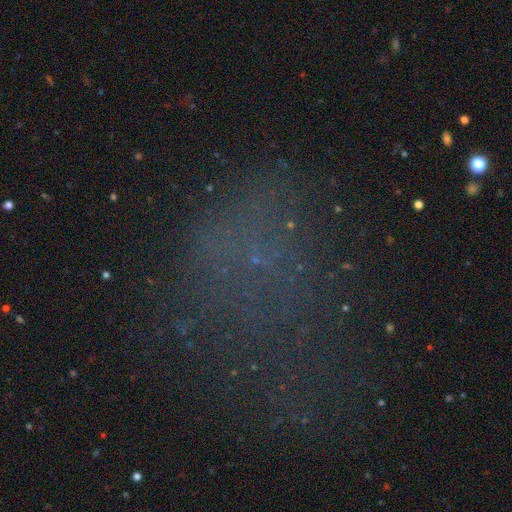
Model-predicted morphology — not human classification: star or artifact 50%, smooth 27%, featured or disk 23%.